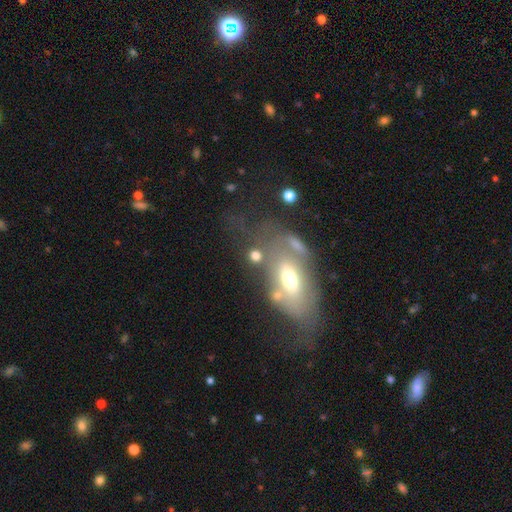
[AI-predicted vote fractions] smooth_or_featured: smooth (p=0.67) [alt: featured or disk p=0.20]
how_rounded: round (p=0.55) [alt: in between p=0.39]
merging: none (p=0.49) [alt: merger p=0.21]